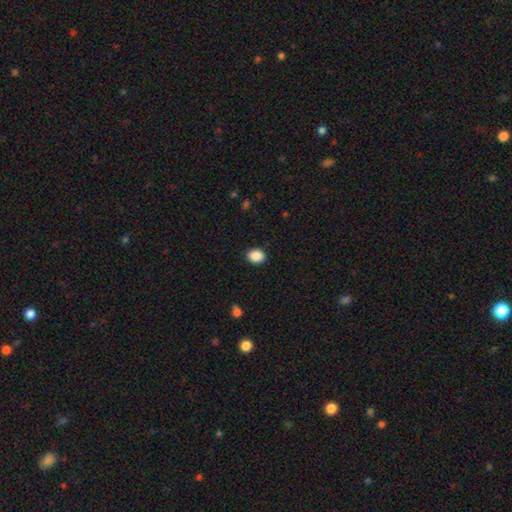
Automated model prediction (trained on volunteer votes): smooth-or-featured: smooth: 89% | star or artifact: 8% | featured or disk: 3%
  how-rounded: round: 51% | in between: 48% | cigar-shaped: 1%
  merging: none: 90% | minor disturbance: 7% | major disturbance: 2% | merger: 1%